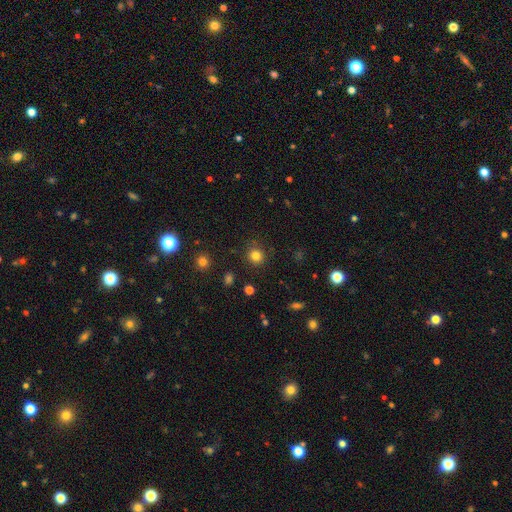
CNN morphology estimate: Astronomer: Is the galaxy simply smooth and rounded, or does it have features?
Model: smooth — 82%.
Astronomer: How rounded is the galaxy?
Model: round — 90%.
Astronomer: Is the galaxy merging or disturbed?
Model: none — 88%.